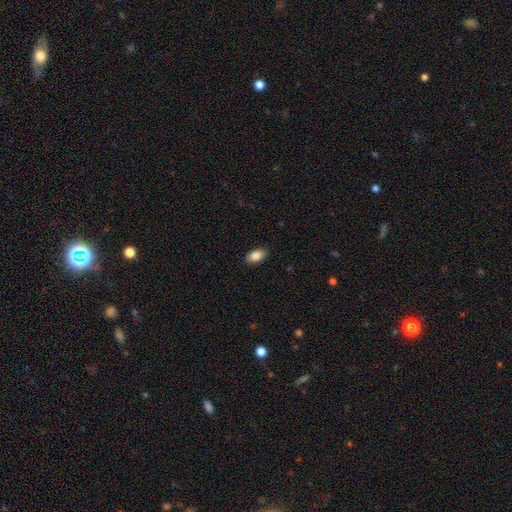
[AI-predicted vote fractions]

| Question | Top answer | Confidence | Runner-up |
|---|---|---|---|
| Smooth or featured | smooth | 87% | star or artifact (7%) |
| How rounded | in between | 93% | round (4%) |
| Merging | none | 89% | minor disturbance (8%) |